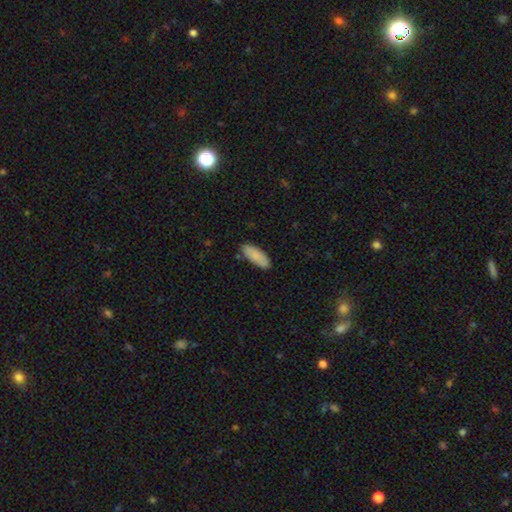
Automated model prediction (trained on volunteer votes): A smooth galaxy with no disk features (86%) that is in between round and cigar-shaped (78%).

Vote fractions:
- Smooth or featured? smooth: 86% / featured or disk: 8% / star or artifact: 6%
- How rounded? in between: 78% / cigar-shaped: 21% / round: 2%
- Merging? none: 83% / minor disturbance: 13% / major disturbance: 2% / merger: 2%